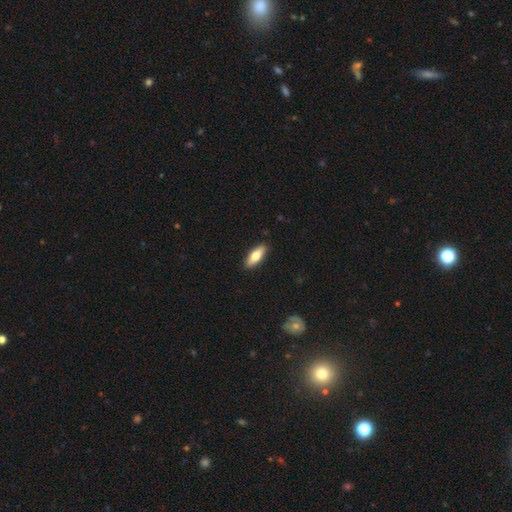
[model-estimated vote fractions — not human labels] A smooth galaxy with no disk features (66%) that is in between round and cigar-shaped (59%).

Vote fractions:
- Smooth or featured? smooth: 66% / featured or disk: 29% / star or artifact: 5%
- How rounded? in between: 59% / cigar-shaped: 38% / round: 2%
- Merging? none: 90% / minor disturbance: 8% / major disturbance: 2% / merger: 1%